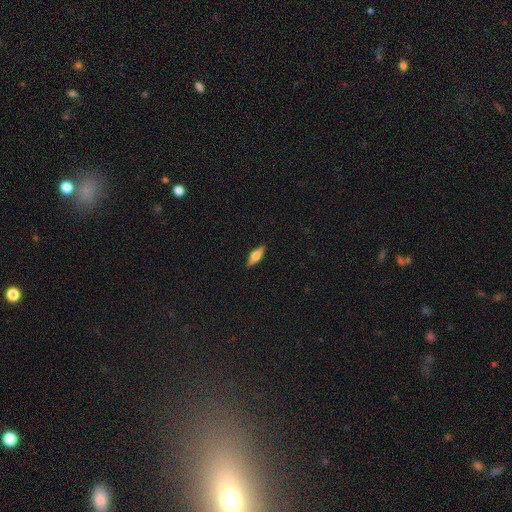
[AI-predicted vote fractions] This appears to be a featured or disk galaxy (52%) viewed edge-on (94%). Merging: none (88%).